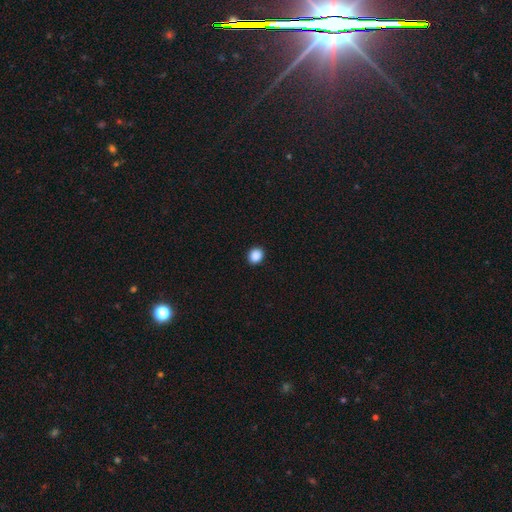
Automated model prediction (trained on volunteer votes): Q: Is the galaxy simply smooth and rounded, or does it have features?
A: smooth — 89%.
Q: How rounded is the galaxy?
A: round — 70%.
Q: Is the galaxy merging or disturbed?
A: none — 92%.